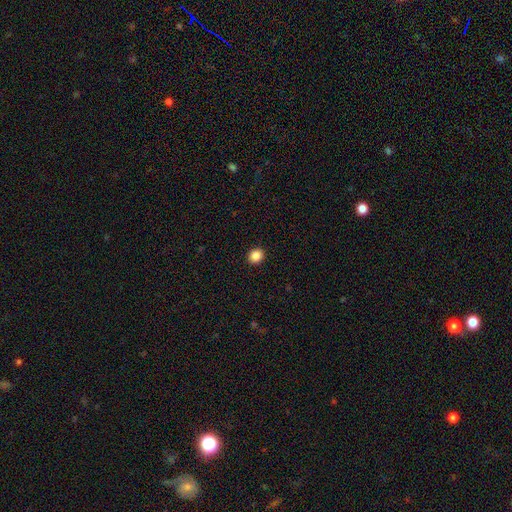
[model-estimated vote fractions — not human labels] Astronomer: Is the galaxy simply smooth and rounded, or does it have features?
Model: smooth — 86%.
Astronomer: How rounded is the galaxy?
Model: round — 75%.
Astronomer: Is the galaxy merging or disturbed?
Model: none — 92%.